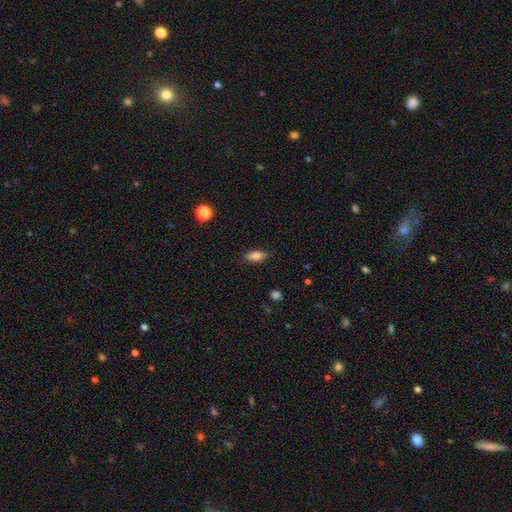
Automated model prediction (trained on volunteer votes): Smooth or featured? Predicted: smooth (p=0.79). How rounded? Predicted: in between (p=0.78). Merging? Predicted: none (p=0.82).